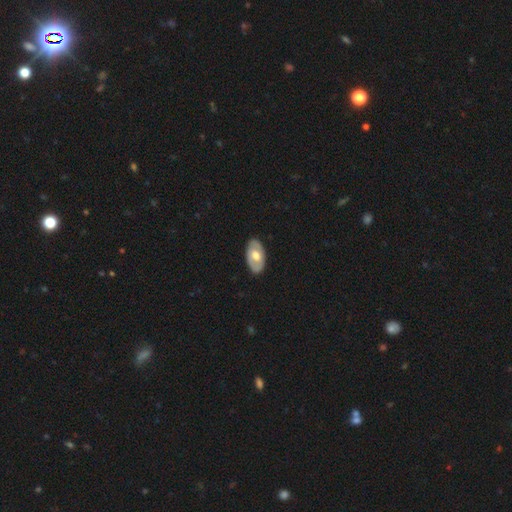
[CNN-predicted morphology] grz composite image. It shows a smooth galaxy with no disk features (48%). Merging: none (86%).